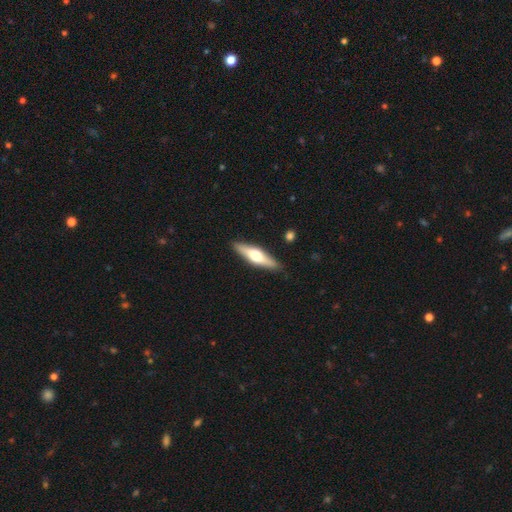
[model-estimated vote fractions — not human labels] featured or disk 55%, smooth 41%, star or artifact 5%. Down the decision tree: edge-on disk — yes (94%); edge-on bulge — rounded (92%); merging — none (88%).